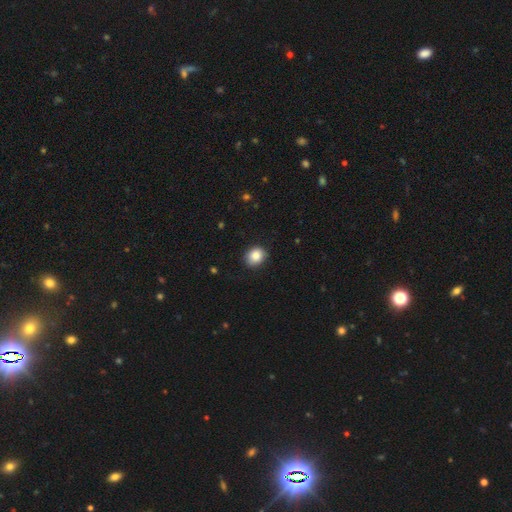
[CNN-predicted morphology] Overall: smooth (86%). How rounded: round (65%; in between 34%). Merging: none (86%).